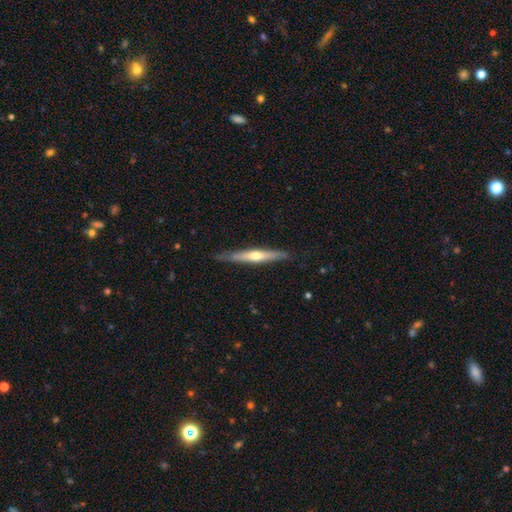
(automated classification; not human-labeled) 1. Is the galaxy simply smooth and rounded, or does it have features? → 60% featured or disk, 35% smooth, 5% star or artifact.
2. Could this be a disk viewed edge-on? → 96% yes, 4% no.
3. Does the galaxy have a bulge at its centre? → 83% rounded, 13% none, 4% boxy.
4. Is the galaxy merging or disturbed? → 85% none, 12% minor disturbance, 2% major disturbance, 1% merger.